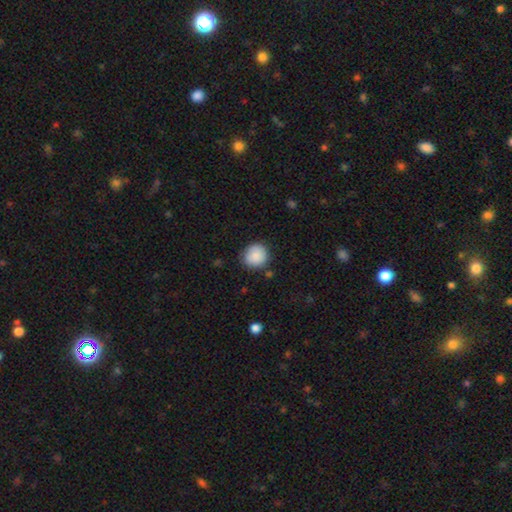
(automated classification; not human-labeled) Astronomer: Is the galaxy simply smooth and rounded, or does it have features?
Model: smooth — 87%.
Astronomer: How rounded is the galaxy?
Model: round — 89%.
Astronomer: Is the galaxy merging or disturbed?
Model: none — 83%.